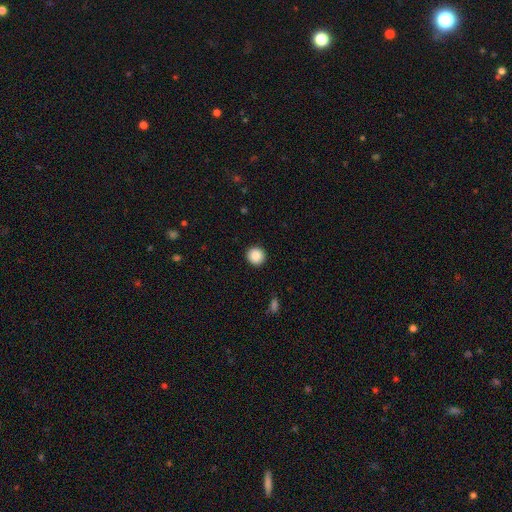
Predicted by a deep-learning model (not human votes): This is clearly a smooth galaxy (88%). How rounded: clearly round (93%). Merging: clearly none (92%).